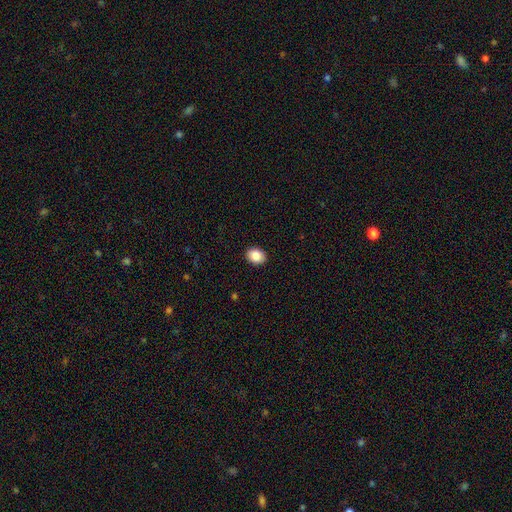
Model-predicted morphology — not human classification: This appears to be a smooth galaxy with no disk features (88%) that is in between round and cigar-shaped (59%). Merging: none (91%).